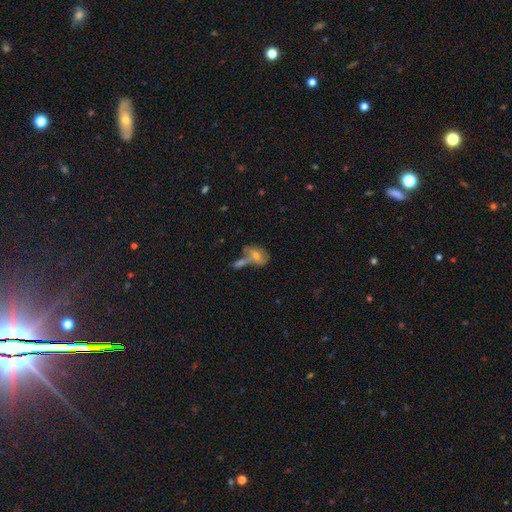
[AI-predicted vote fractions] Smooth or featured?
  - smooth: 44% *
  - featured or disk: 42%
  - star or artifact: 14%
Merging?
  - merger: 43% *
  - none: 32%
  - minor disturbance: 14%
  - major disturbance: 11%